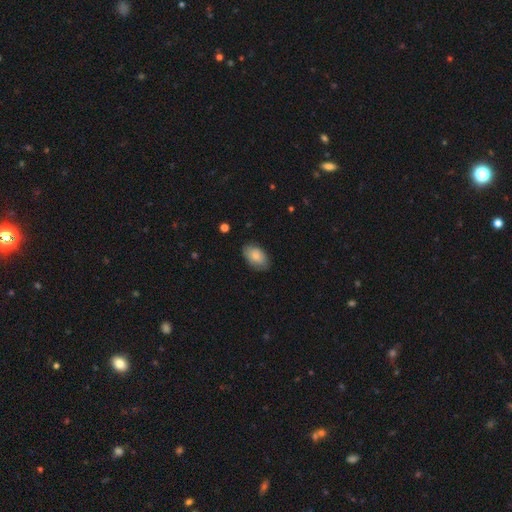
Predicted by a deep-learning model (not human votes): smooth-or-featured: smooth: 83% | featured or disk: 11% | star or artifact: 6%
  how-rounded: in between: 92% | round: 6% | cigar-shaped: 1%
  merging: none: 81% | minor disturbance: 15% | major disturbance: 3% | merger: 1%